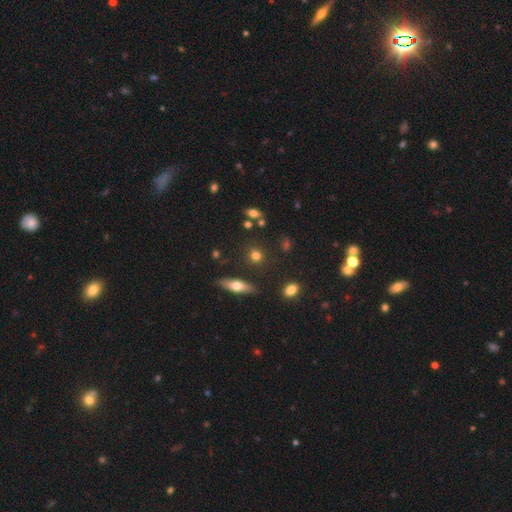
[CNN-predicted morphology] This is likely a smooth galaxy (73%). How rounded: likely round (75%). Merging: clearly none (81%).